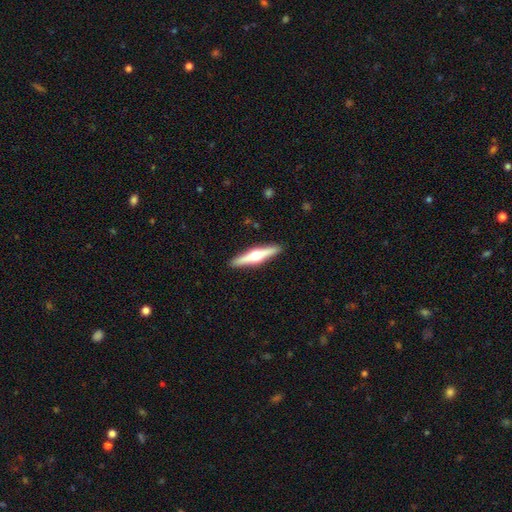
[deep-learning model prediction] This is likely a featured or disk galaxy (67%). It is clearly viewed edge-on (97%). Edge-on bulge: clearly rounded (95%). Merging: clearly none (91%).